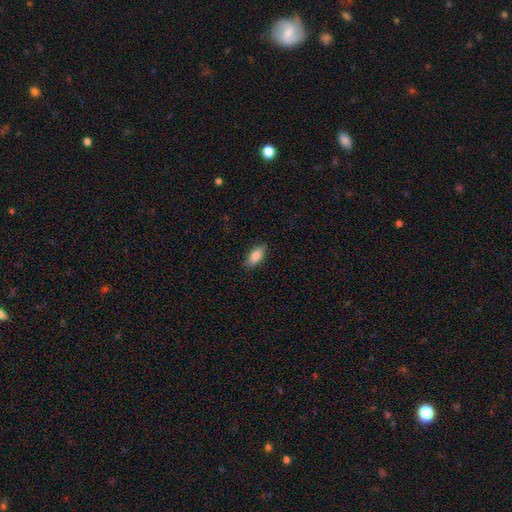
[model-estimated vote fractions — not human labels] This appears to be a smooth galaxy with no disk features (83%) that is in between round and cigar-shaped (85%). Merging: none (86%).